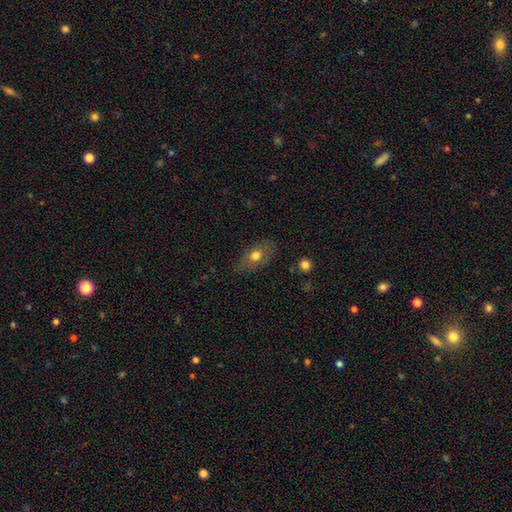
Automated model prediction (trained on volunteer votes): The model was most divided on "smooth or featured": smooth: 66%, featured or disk: 26%, star or artifact: 8%. More confident: how rounded — in between (83%); merging — none (77%).